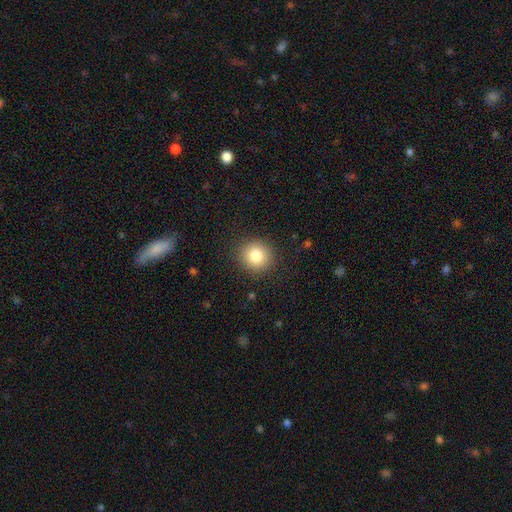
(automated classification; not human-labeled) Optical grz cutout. It shows a smooth galaxy with no disk features (82%) that is round (87%). Merging: none (90%).